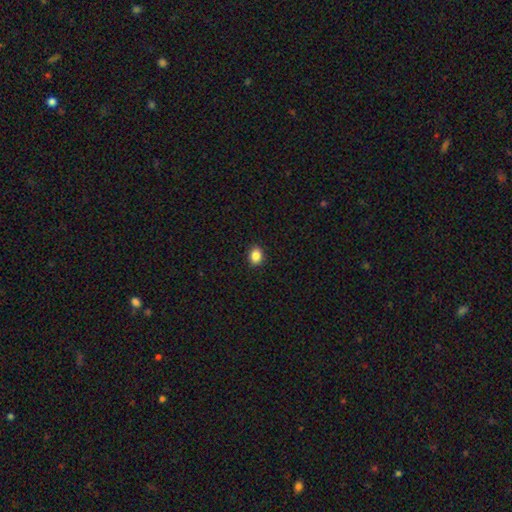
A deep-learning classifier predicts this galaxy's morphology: A smooth galaxy with no disk features (86%) that is in between round and cigar-shaped (55%).

Vote fractions:
- Smooth or featured? smooth: 86% / star or artifact: 10% / featured or disk: 4%
- How rounded? in between: 55% / round: 44% / cigar-shaped: 1%
- Merging? none: 91% / minor disturbance: 7% / major disturbance: 2% / merger: 1%